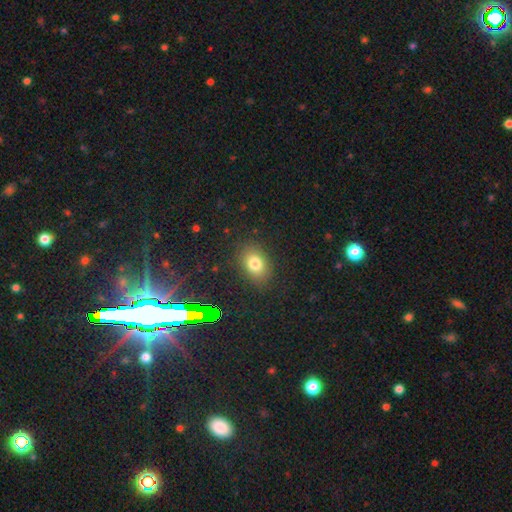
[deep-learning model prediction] Q: Smooth or featured?
A: smooth (58%); runner-up: star or artifact (30%)
Q: How rounded?
A: in between (66%); runner-up: round (31%)
Q: Merging?
A: none (88%); runner-up: minor disturbance (8%)